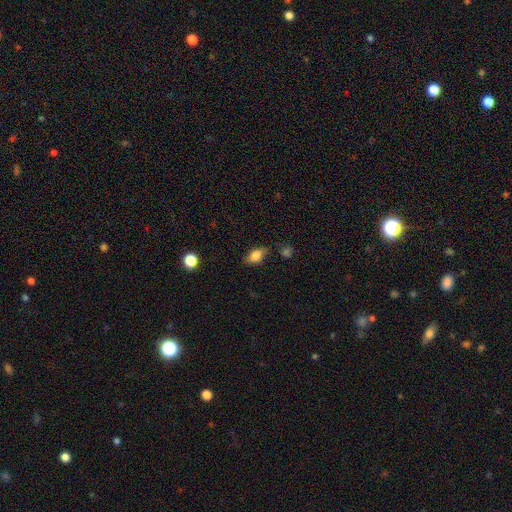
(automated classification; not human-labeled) This appears to be a smooth galaxy with no disk features (80%) that is in between round and cigar-shaped (84%). Merging: none (67%).